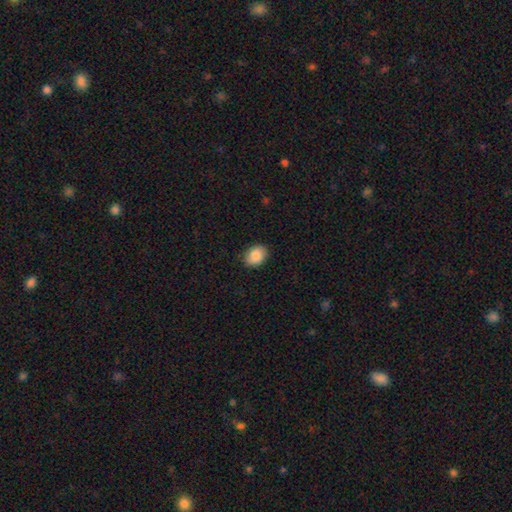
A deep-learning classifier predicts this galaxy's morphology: Smooth or featured: smooth — 88% (star or artifact — 7%)
How rounded: in between — 69% (round — 30%)
Merging: none — 86% (minor disturbance — 11%)